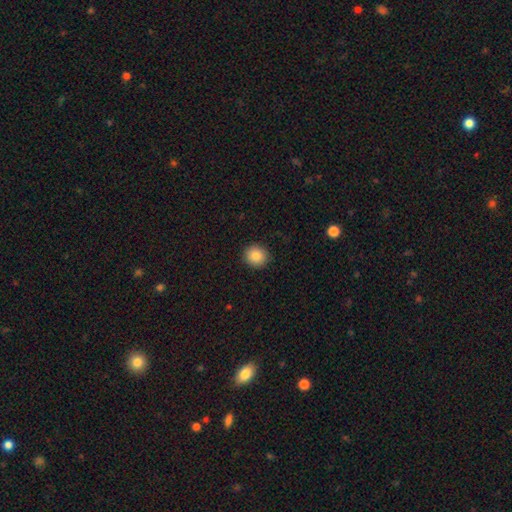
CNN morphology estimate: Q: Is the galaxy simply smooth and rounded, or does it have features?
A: smooth — 85%.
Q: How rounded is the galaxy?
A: round — 89%.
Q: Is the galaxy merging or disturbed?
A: none — 91%.